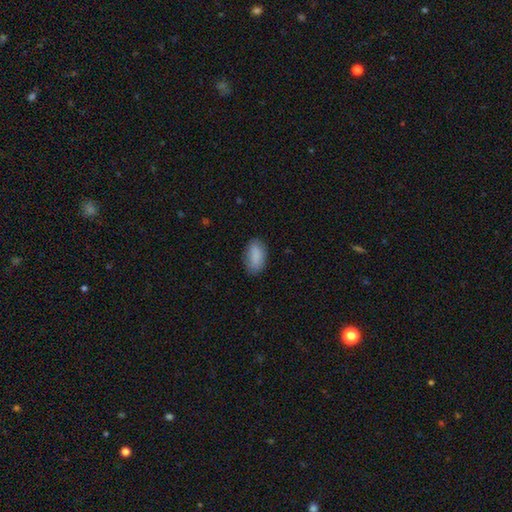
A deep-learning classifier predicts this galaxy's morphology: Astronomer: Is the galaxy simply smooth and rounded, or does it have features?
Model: smooth — 87%.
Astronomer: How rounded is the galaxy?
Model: in between — 92%.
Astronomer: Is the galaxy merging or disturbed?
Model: none — 80%.